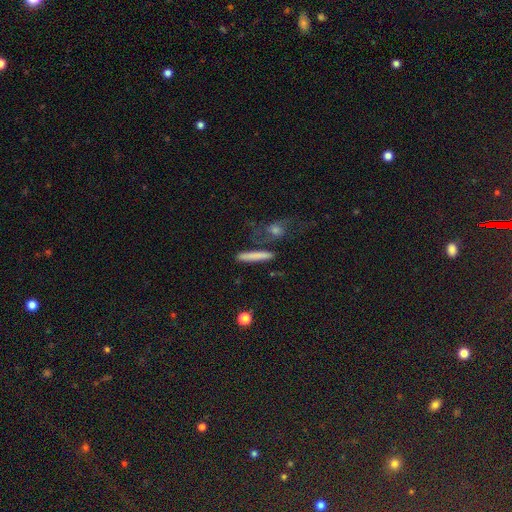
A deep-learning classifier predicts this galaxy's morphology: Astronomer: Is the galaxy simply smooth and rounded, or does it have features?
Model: smooth — 70%.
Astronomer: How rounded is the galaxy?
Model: cigar-shaped — 88%.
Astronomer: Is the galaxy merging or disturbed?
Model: none — 70%.